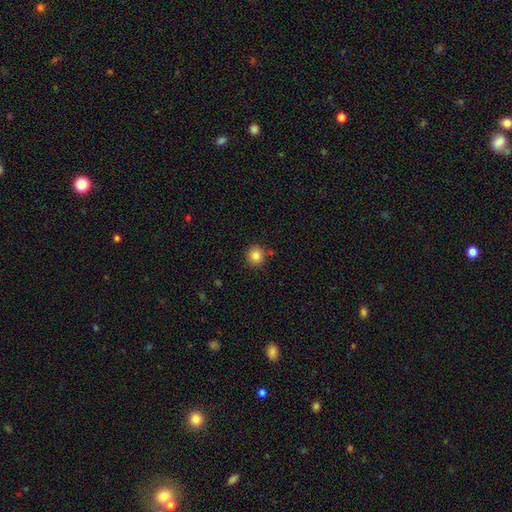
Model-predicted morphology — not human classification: Smooth or featured?
  - smooth: 85% *
  - star or artifact: 10%
  - featured or disk: 5%
How rounded?
  - round: 92% *
  - in between: 7%
  - cigar-shaped: 1%
Merging?
  - none: 85% *
  - minor disturbance: 9%
  - merger: 4%
  - major disturbance: 2%